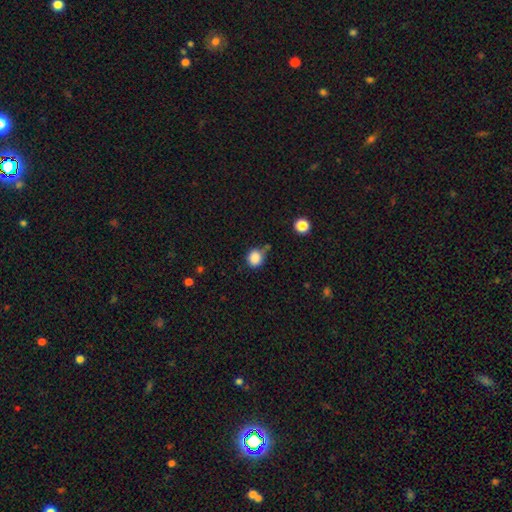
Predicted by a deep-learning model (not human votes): Smooth or featured: smooth — 86% (star or artifact — 10%)
How rounded: round — 81% (in between — 18%)
Merging: none — 64% (minor disturbance — 22%)